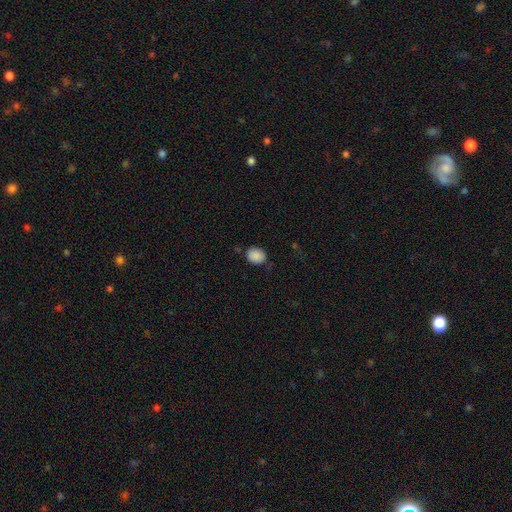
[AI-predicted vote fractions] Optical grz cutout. It shows a smooth galaxy with no disk features (88%) that is round (57%). Merging: none (77%).